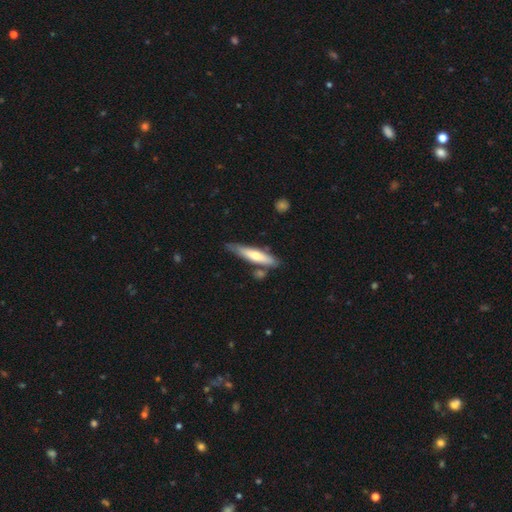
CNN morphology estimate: Smooth or featured? Predicted: smooth (p=0.56). How rounded? Predicted: cigar-shaped (p=0.82). Merging? Predicted: none (p=0.71).